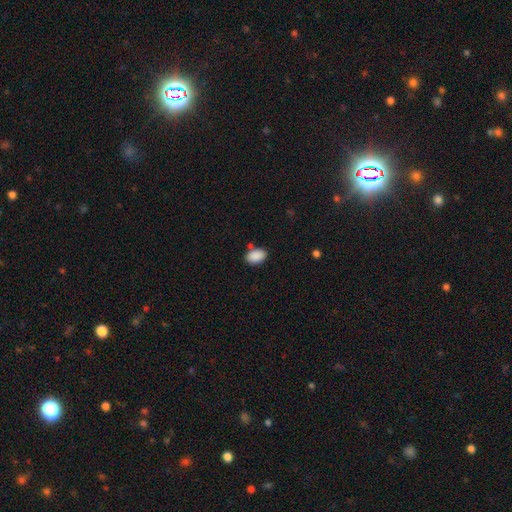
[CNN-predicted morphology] type=smooth (90%); roundness=in between (88%); merging=none (76%).